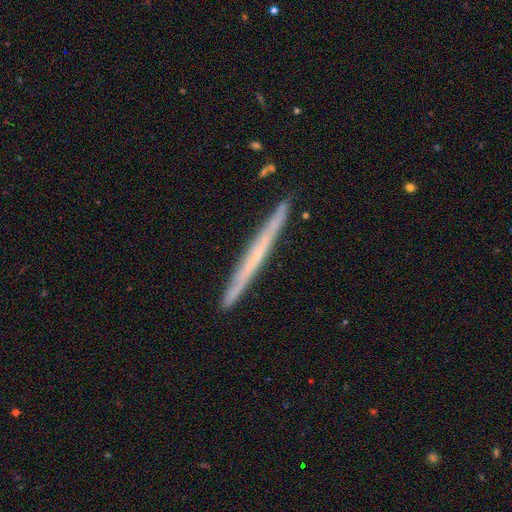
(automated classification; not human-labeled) Smooth or featured? featured or disk (59%)
Edge-on disk? yes (97%)
Edge-on bulge? none (79%)
Merging? none (91%)